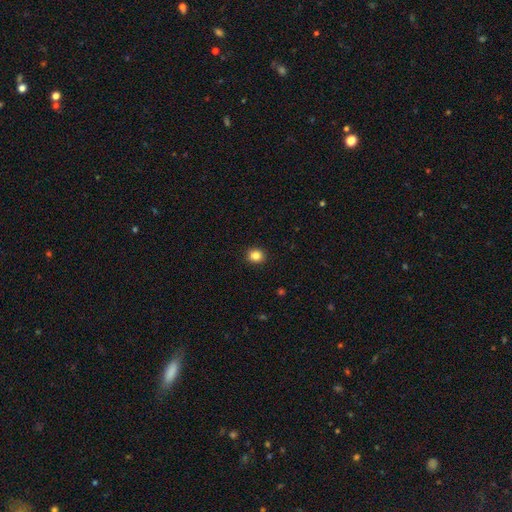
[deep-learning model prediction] Smooth or featured?
  - smooth: 84% *
  - star or artifact: 11%
  - featured or disk: 5%
How rounded?
  - round: 79% *
  - in between: 20%
  - cigar-shaped: 1%
Merging?
  - none: 91% *
  - minor disturbance: 6%
  - major disturbance: 2%
  - merger: 1%